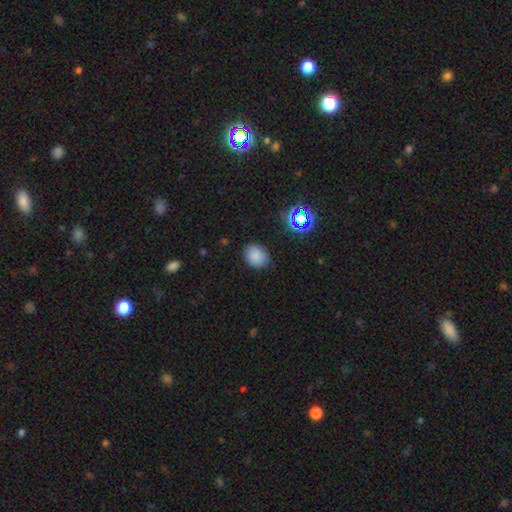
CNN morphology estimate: type=smooth (82%); roundness=in between (52%); merging=none (83%).